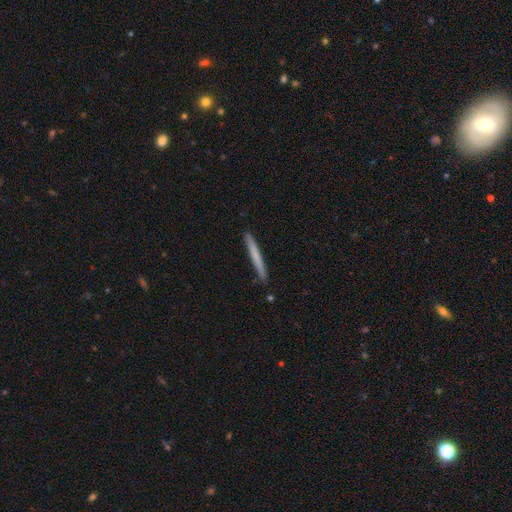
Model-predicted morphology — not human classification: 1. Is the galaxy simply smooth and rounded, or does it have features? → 65% smooth, 30% featured or disk, 5% star or artifact.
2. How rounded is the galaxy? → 97% cigar-shaped, 2% in between, 1% round.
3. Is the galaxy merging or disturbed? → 91% none, 6% minor disturbance, 1% merger, 1% major disturbance.